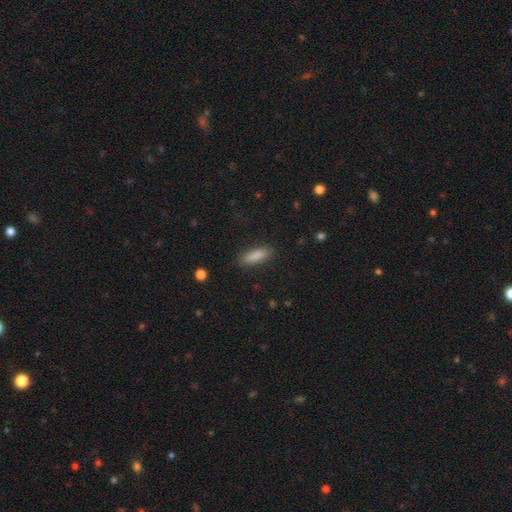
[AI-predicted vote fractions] smooth-or-featured: smooth: 87% | star or artifact: 7% | featured or disk: 6%
  how-rounded: cigar-shaped: 49% (tied) | in between: 49% (tied) | round: 2%
  merging: none: 87% | minor disturbance: 9% | major disturbance: 3% | merger: 1%